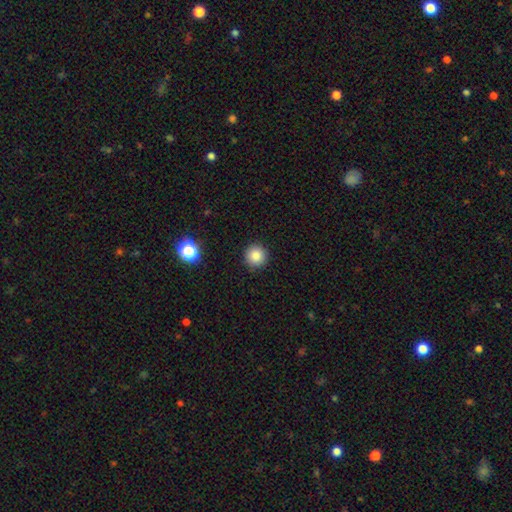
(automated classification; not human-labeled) This is clearly a smooth galaxy (85%). How rounded: clearly round (95%). Merging: clearly none (92%).